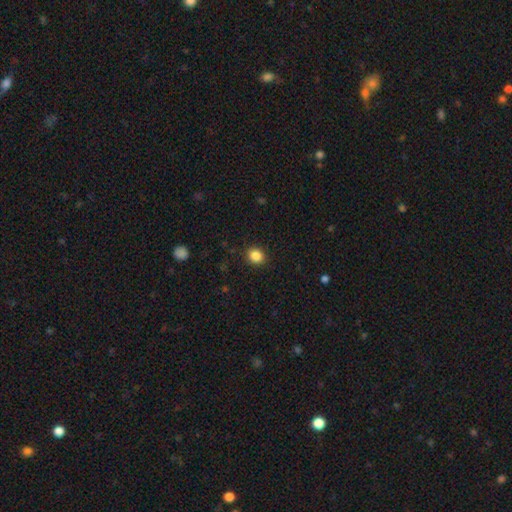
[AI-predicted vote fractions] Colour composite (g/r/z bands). It shows a smooth galaxy with no disk features (86%) that is round (75%). Merging: none (90%).